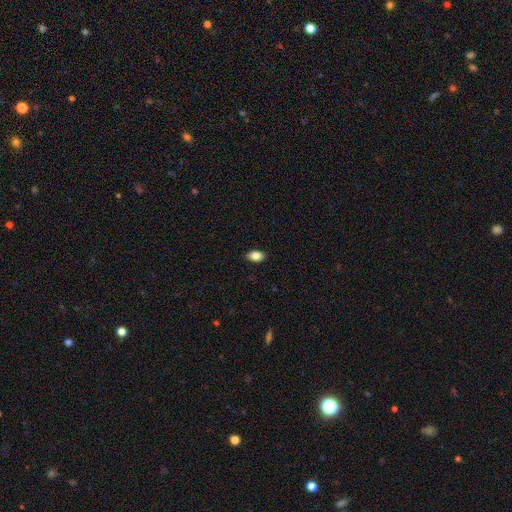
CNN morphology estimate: smooth_or_featured: smooth (p=0.83) [alt: featured or disk p=0.09]
how_rounded: in between (p=0.90) [alt: round p=0.06]
merging: none (p=0.89) [alt: minor disturbance p=0.08]